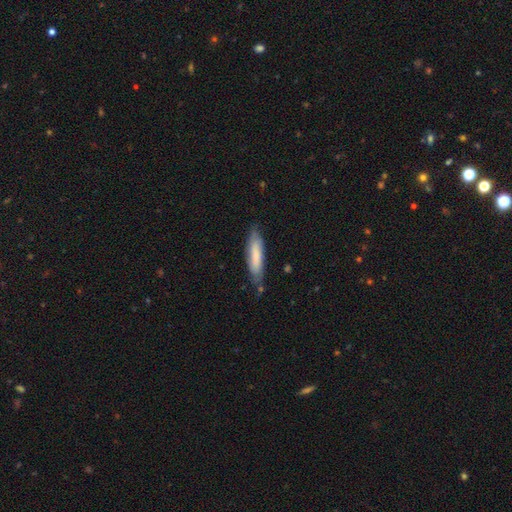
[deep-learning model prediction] A smooth galaxy with no disk features (72%) that is cigar-shaped (76%). Merging: none (73%).